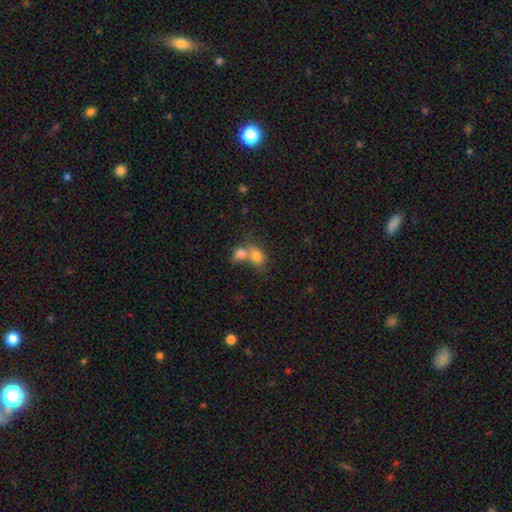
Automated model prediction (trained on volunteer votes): A smooth galaxy with no disk features (78%) that is in between round and cigar-shaped (57%). Merging: merger (66%).